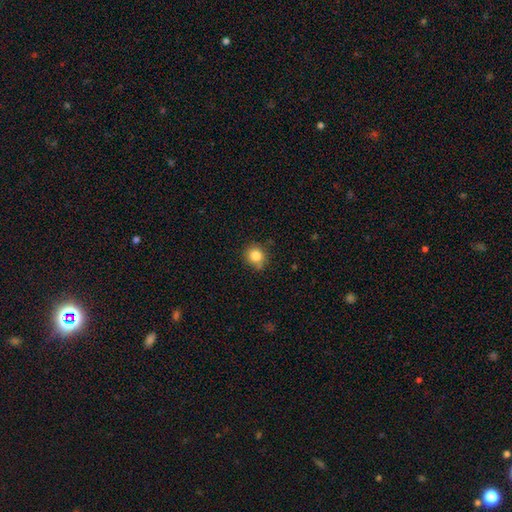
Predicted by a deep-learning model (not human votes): Smooth or featured? Predicted: smooth (p=0.84). How rounded? Predicted: round (p=0.88). Merging? Predicted: none (p=0.79).